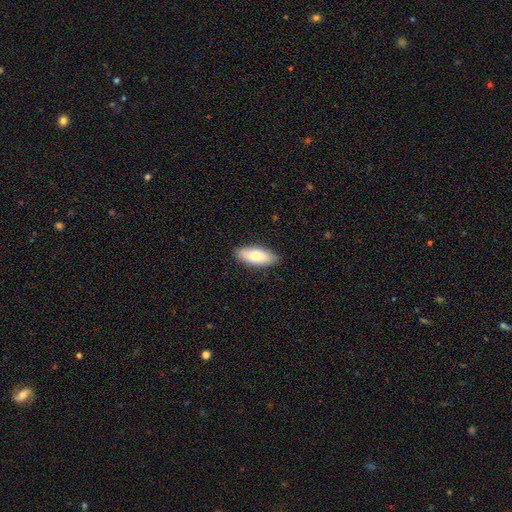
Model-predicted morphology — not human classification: A smooth galaxy with no disk features (76%) that is in between round and cigar-shaped (82%).

Vote fractions:
- Smooth or featured? smooth: 76% / featured or disk: 19% / star or artifact: 6%
- How rounded? in between: 82% / cigar-shaped: 16% / round: 2%
- Merging? none: 88% / minor disturbance: 9% / major disturbance: 2% / merger: 1%